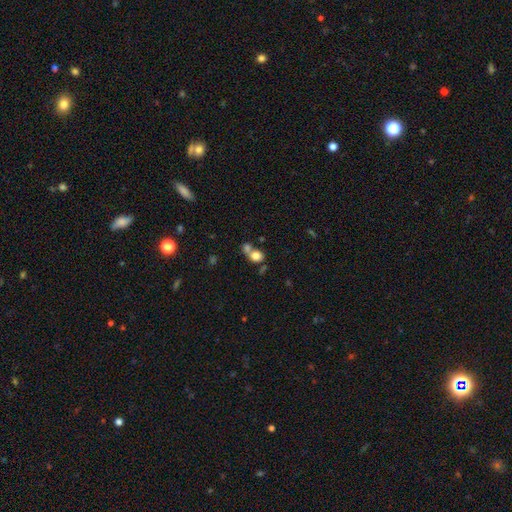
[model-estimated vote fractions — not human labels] smooth-or-featured: smooth: 75% | featured or disk: 14% | star or artifact: 11%
  how-rounded: round: 68% | in between: 31% | cigar-shaped: 1%
  merging: merger: 52% | none: 33% | minor disturbance: 9% | major disturbance: 6%